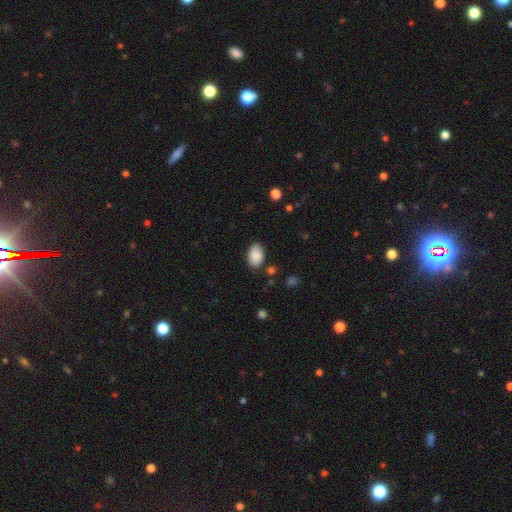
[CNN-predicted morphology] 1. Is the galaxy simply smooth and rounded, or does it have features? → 89% smooth, 7% star or artifact, 4% featured or disk.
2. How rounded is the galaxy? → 92% in between, 7% round, 1% cigar-shaped.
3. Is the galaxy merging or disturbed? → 81% none, 14% minor disturbance, 3% major disturbance, 2% merger.